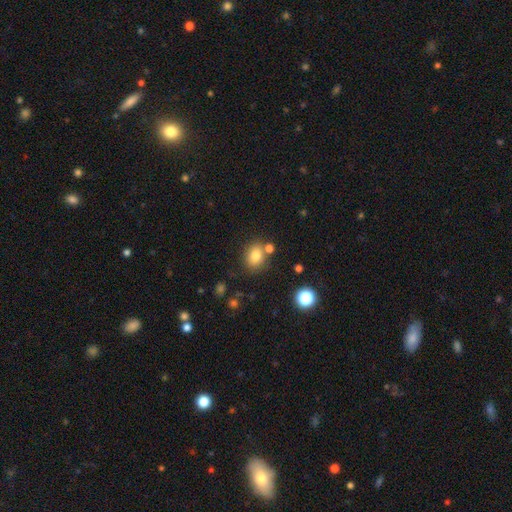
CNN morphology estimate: This is likely a smooth galaxy (78%). How rounded: possibly round (52%). Merging: likely none (70%).